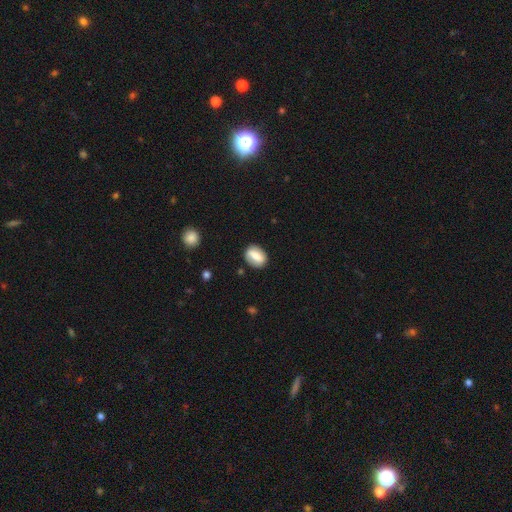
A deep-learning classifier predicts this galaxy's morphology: This appears to be a smooth galaxy with no disk features (70%) that is in between round and cigar-shaped (70%). Merging: none (81%).